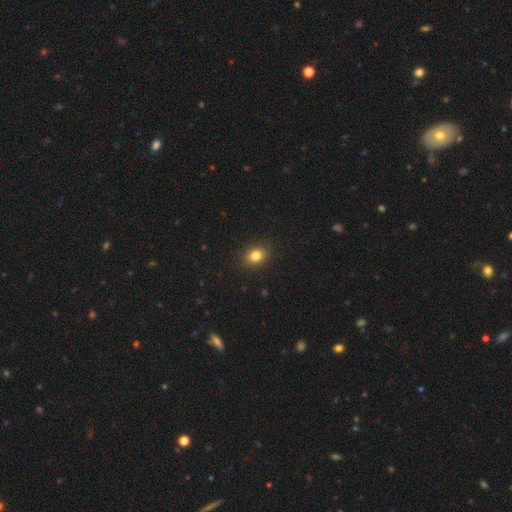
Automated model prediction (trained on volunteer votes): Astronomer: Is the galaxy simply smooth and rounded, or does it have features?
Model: smooth — 83%.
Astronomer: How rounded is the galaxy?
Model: in between — 54% (runner-up: round, 45%).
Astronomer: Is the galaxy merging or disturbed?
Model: none — 90%.